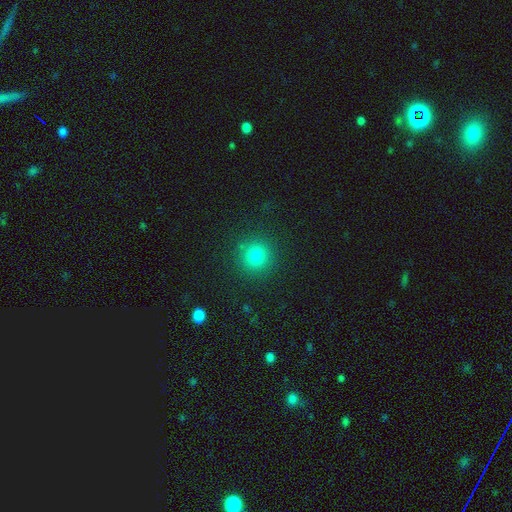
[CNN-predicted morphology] A smooth galaxy with no disk features (79%) that is round (92%).

Vote fractions:
- Smooth or featured? smooth: 79% / star or artifact: 15% / featured or disk: 6%
- How rounded? round: 92% / in between: 7% / cigar-shaped: 1%
- Merging? none: 88% / minor disturbance: 7% / major disturbance: 3% / merger: 2%